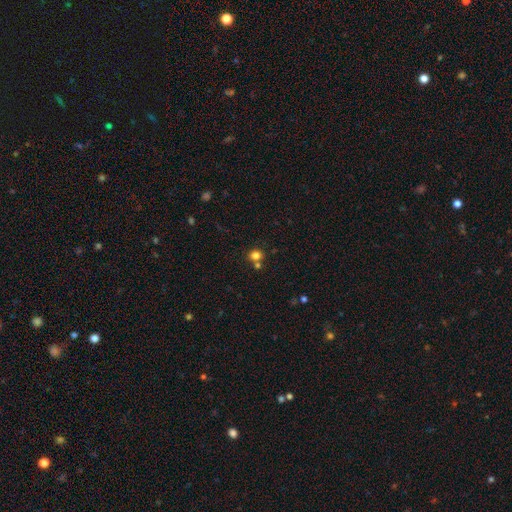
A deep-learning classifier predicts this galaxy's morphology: smooth_or_featured: smooth (p=0.78) [alt: star or artifact p=0.15]
how_rounded: round (p=0.76) [alt: in between p=0.23]
merging: none (p=0.65) [alt: merger p=0.23]